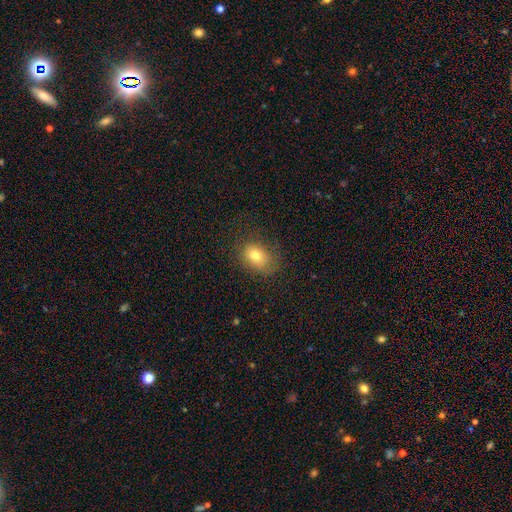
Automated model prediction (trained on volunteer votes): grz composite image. It shows a smooth galaxy with no disk features (76%) that is in between round and cigar-shaped (59%). Merging: none (74%).